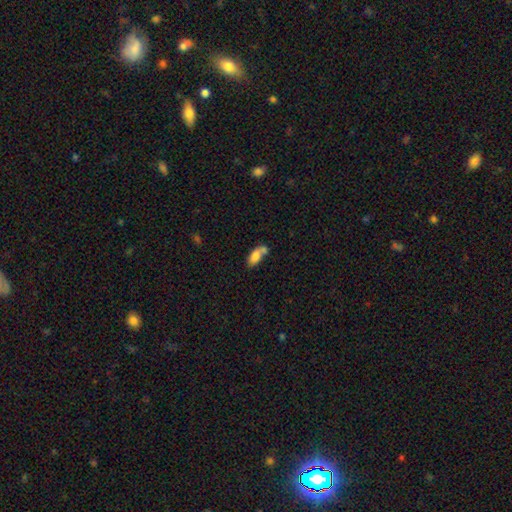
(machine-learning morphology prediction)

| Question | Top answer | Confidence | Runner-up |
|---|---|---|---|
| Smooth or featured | smooth | 78% | featured or disk (14%) |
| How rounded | in between | 86% | cigar-shaped (10%) |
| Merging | merger | 40% | none (36%) |